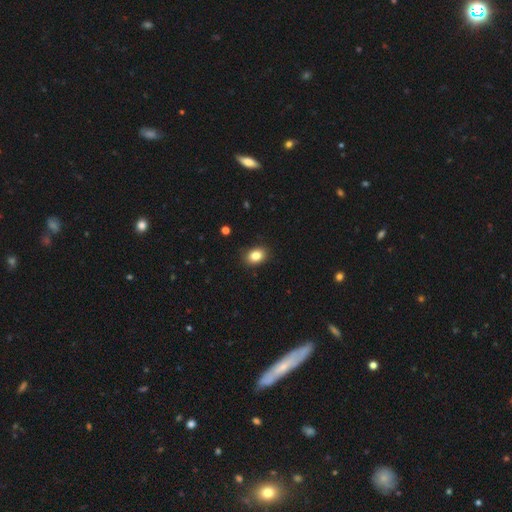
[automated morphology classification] A smooth galaxy with no disk features (85%) that is in between round and cigar-shaped (70%).

Vote fractions:
- Smooth or featured? smooth: 85% / star or artifact: 9% / featured or disk: 6%
- How rounded? in between: 70% / round: 29% / cigar-shaped: 1%
- Merging? none: 89% / minor disturbance: 8% / major disturbance: 2% / merger: 1%